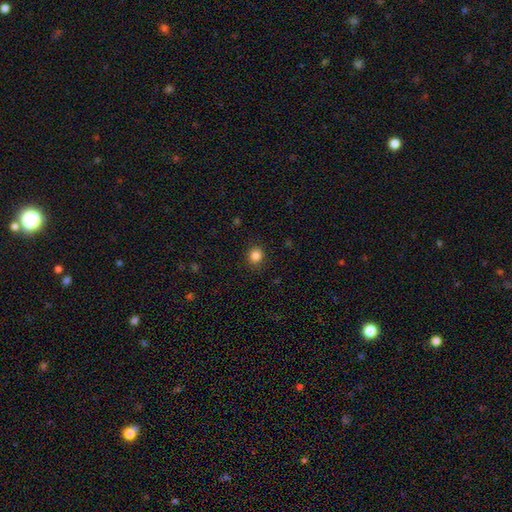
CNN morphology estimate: The model was most divided on "how rounded": round: 84%, in between: 15%, cigar-shaped: 1%. More confident: merging — none (90%); smooth or featured — smooth (85%).